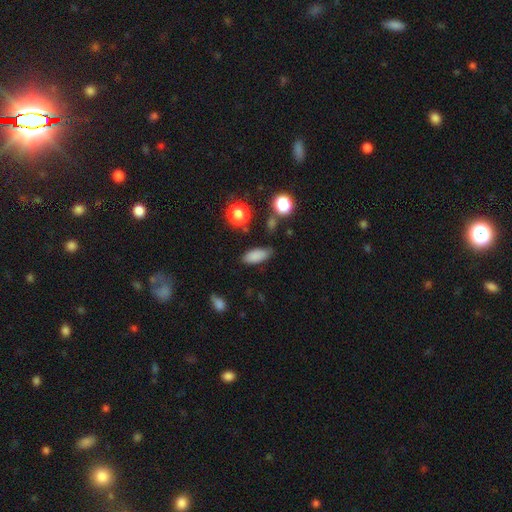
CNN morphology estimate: smooth_or_featured: smooth (p=0.84) [alt: star or artifact p=0.10]
how_rounded: in between (p=0.82) [alt: cigar-shaped p=0.13]
merging: none (p=0.79) [alt: minor disturbance p=0.15]